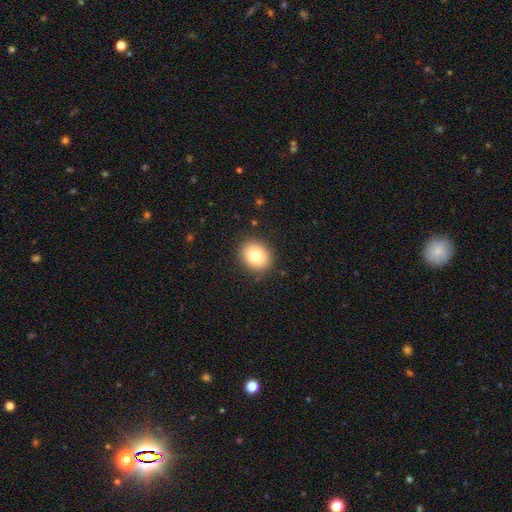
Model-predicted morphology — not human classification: A smooth galaxy with no disk features (79%) that is round (59%). Merging: none (87%).